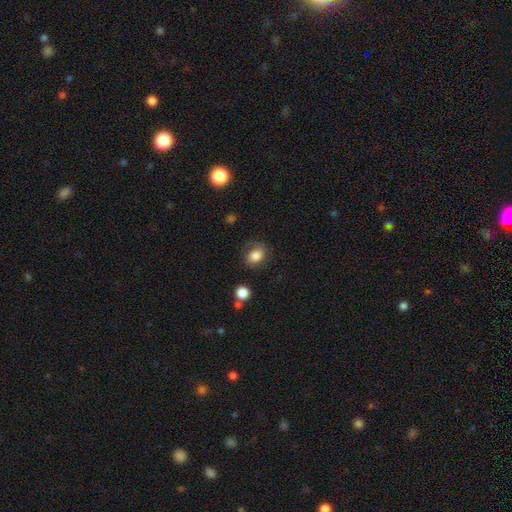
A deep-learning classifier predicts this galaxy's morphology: A smooth galaxy with no disk features (79%) that is in between round and cigar-shaped (70%).

Vote fractions:
- Smooth or featured? smooth: 79% / featured or disk: 11% / star or artifact: 9%
- How rounded? in between: 70% / round: 29% / cigar-shaped: 1%
- Merging? none: 64% / minor disturbance: 23% / major disturbance: 10% / merger: 2%